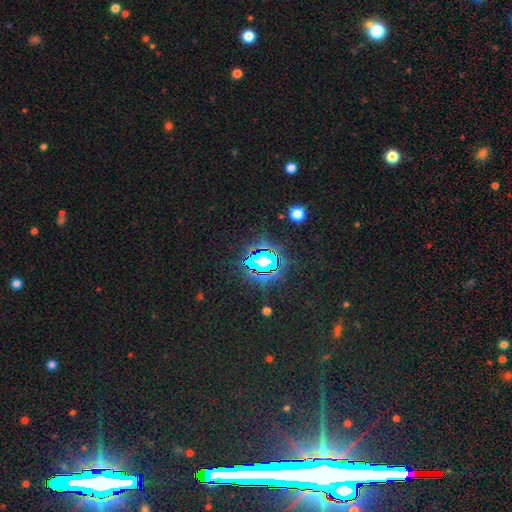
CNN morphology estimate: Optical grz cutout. It shows a star or artifact, not a galaxy (79%).